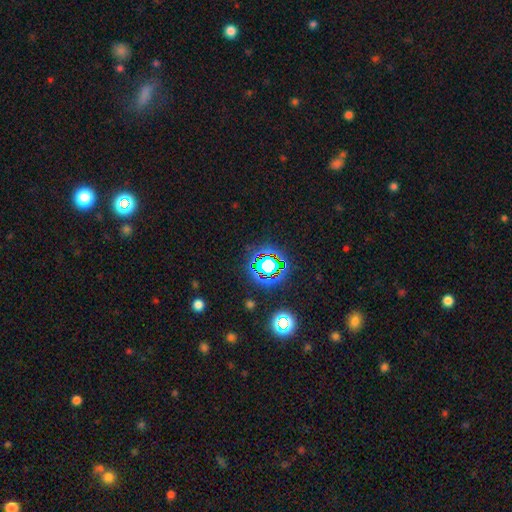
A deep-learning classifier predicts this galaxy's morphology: star or artifact 78%, smooth 14%, featured or disk 8%.